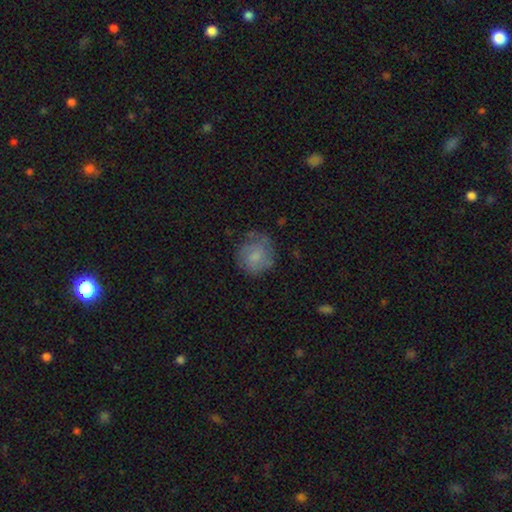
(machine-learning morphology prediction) Q: Smooth or featured?
A: smooth (65%); runner-up: featured or disk (27%)
Q: How rounded?
A: round (86%); runner-up: in between (13%)
Q: Merging?
A: none (63%); runner-up: minor disturbance (24%)